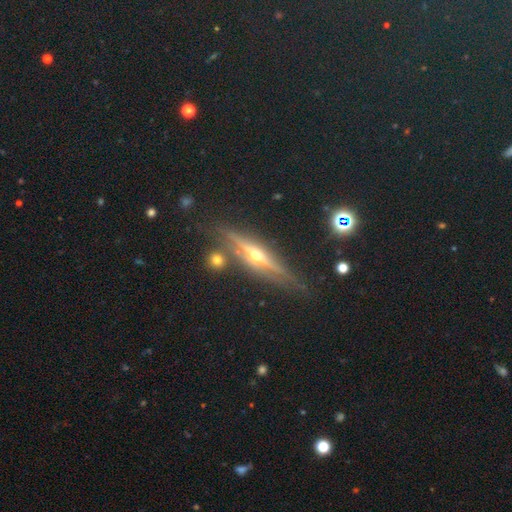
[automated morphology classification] Q: Smooth or featured?
A: featured or disk (79%); runner-up: star or artifact (10%)
Q: Edge-on disk?
A: yes (95%); runner-up: no (5%)
Q: Edge-on bulge?
A: rounded (94%); runner-up: none (3%)
Q: Merging?
A: none (82%); runner-up: minor disturbance (10%)